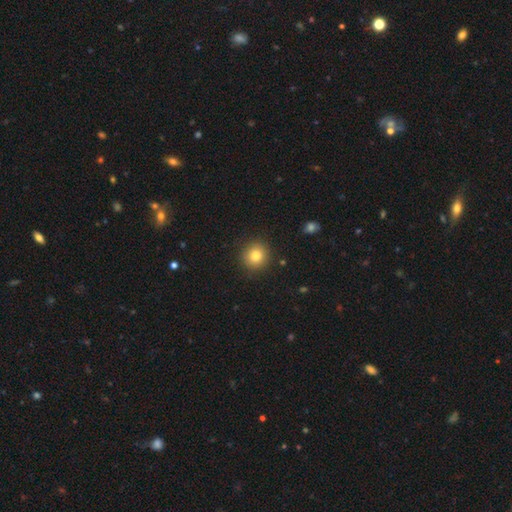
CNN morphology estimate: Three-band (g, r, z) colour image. It shows a smooth galaxy with no disk features (80%) that is round (90%). Merging: none (91%).